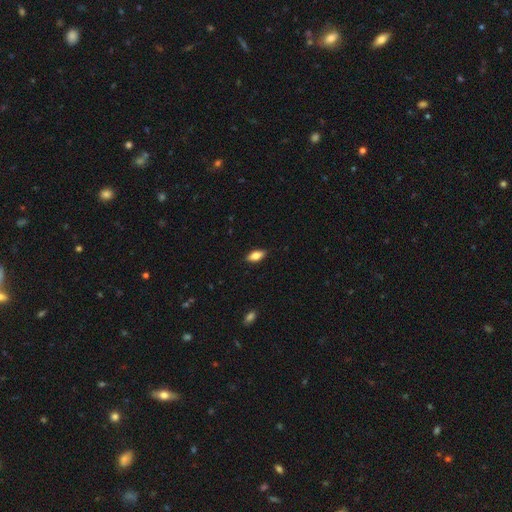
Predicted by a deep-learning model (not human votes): This appears to be a smooth galaxy with no disk features (72%) that is in between round and cigar-shaped (81%). Merging: none (87%).